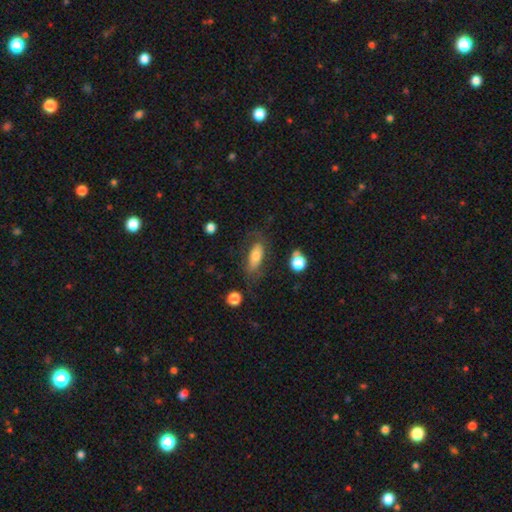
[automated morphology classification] The model was most divided on "smooth or featured": smooth: 62%, featured or disk: 30%, star or artifact: 8%. More confident: how rounded — in between (73%); merging — none (59%).